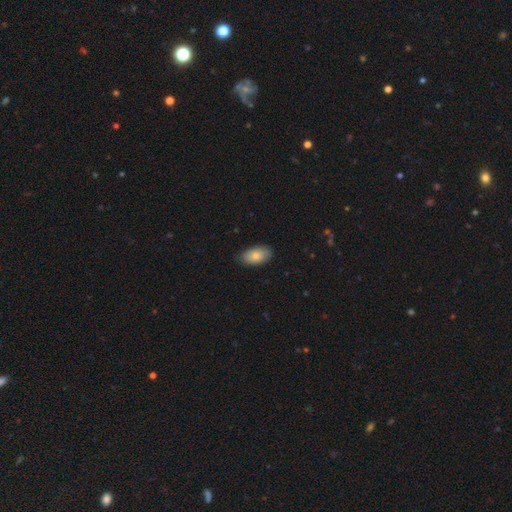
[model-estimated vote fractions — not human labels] Q: Smooth or featured?
A: smooth (80%); runner-up: featured or disk (14%)
Q: How rounded?
A: in between (94%); runner-up: round (4%)
Q: Merging?
A: none (84%); runner-up: minor disturbance (13%)